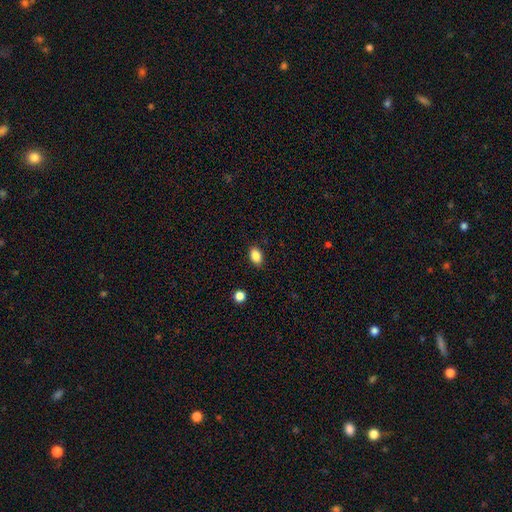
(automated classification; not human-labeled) Smooth or featured?
  - smooth: 87% *
  - star or artifact: 9%
  - featured or disk: 4%
How rounded?
  - in between: 87% *
  - round: 12%
  - cigar-shaped: 2%
Merging?
  - none: 86% *
  - minor disturbance: 10%
  - major disturbance: 2%
  - merger: 1%